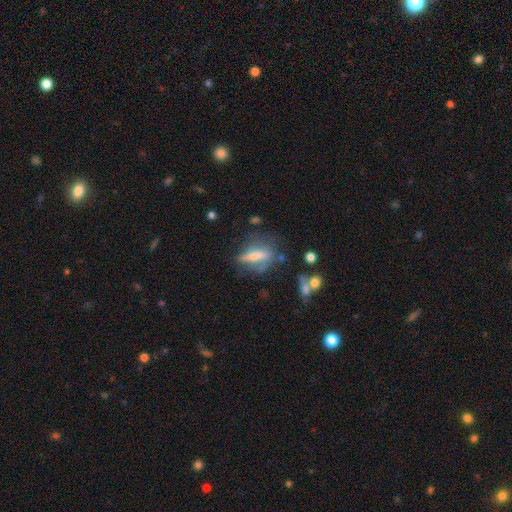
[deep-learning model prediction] Smooth or featured? Predicted: featured or disk (p=0.47). Merging? Predicted: none (p=0.54).